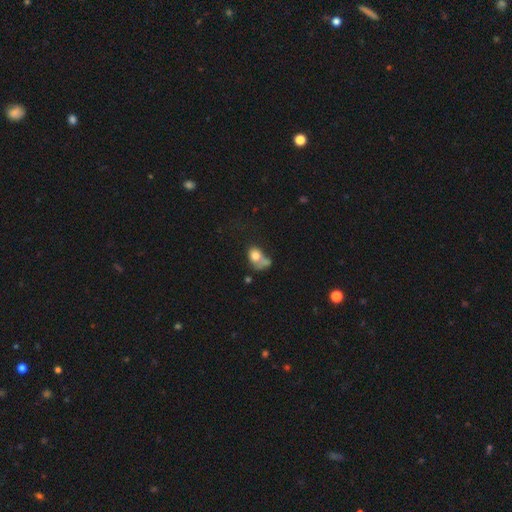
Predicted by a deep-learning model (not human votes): Overall: smooth (71%). How rounded: in between (59%; round 39%). Merging: merger (39%; none 23%).